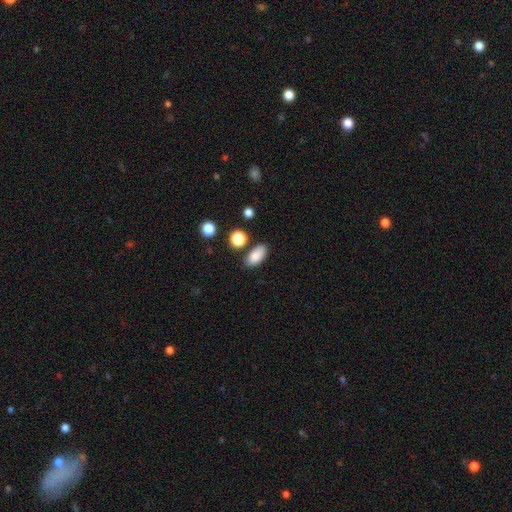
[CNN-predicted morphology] Smooth or featured? smooth (85%)
How rounded? in between (91%)
Merging? none (75%)